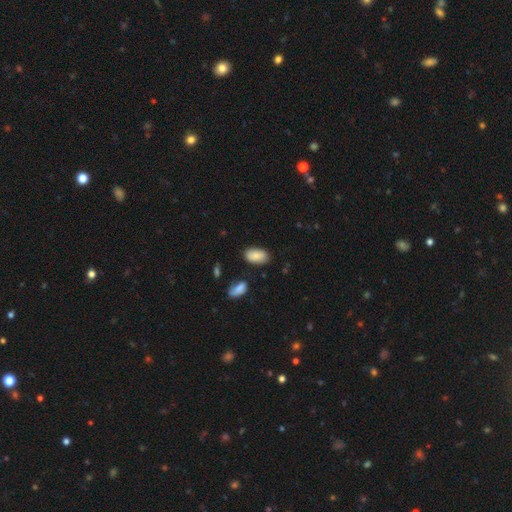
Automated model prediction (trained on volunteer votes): smooth-or-featured: smooth: 85% | featured or disk: 8% | star or artifact: 7%
  how-rounded: in between: 94% | round: 4% | cigar-shaped: 2%
  merging: none: 80% | minor disturbance: 14% | major disturbance: 3% | merger: 3%